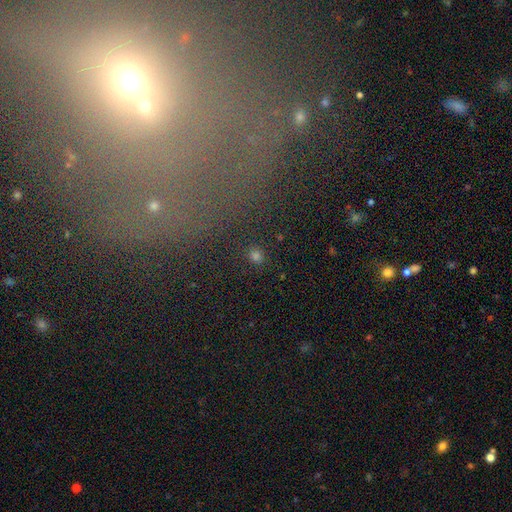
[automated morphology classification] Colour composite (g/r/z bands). It shows a smooth galaxy with no disk features (76%) that is round (86%). Merging: none (90%).